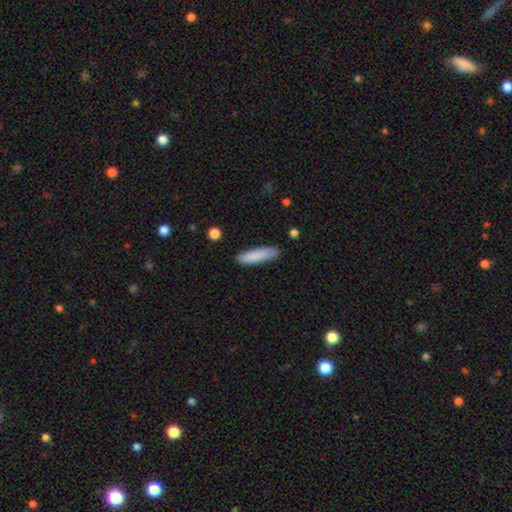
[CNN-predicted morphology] A smooth galaxy with no disk features (86%) that is cigar-shaped (72%).

Vote fractions:
- Smooth or featured? smooth: 86% / featured or disk: 8% / star or artifact: 6%
- How rounded? cigar-shaped: 72% / in between: 27% / round: 1%
- Merging? none: 85% / minor disturbance: 12% / major disturbance: 2% / merger: 1%